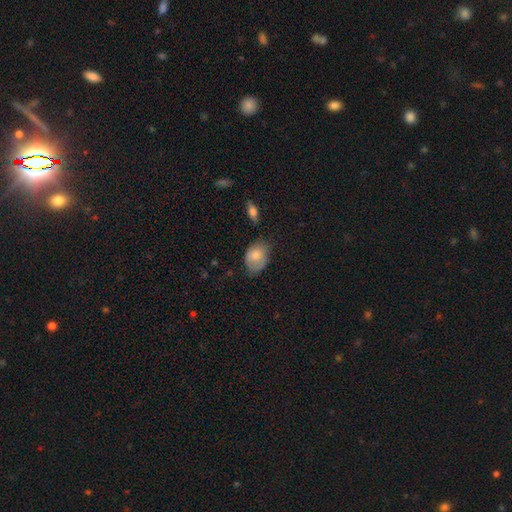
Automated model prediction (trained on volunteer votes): Smooth or featured?
  - smooth: 74% *
  - featured or disk: 18%
  - star or artifact: 7%
How rounded?
  - in between: 77% *
  - round: 22%
  - cigar-shaped: 1%
Merging?
  - none: 51% *
  - minor disturbance: 36%
  - major disturbance: 10%
  - merger: 2%